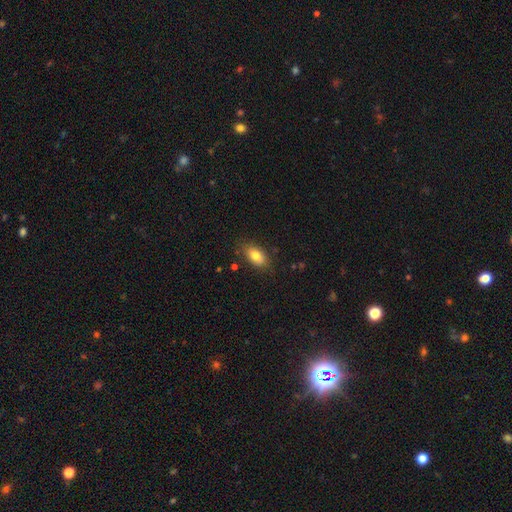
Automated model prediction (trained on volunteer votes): Smooth or featured?
  - smooth: 79% *
  - featured or disk: 13%
  - star or artifact: 8%
How rounded?
  - in between: 89% *
  - round: 7%
  - cigar-shaped: 4%
Merging?
  - none: 79% *
  - minor disturbance: 15%
  - major disturbance: 3%
  - merger: 2%